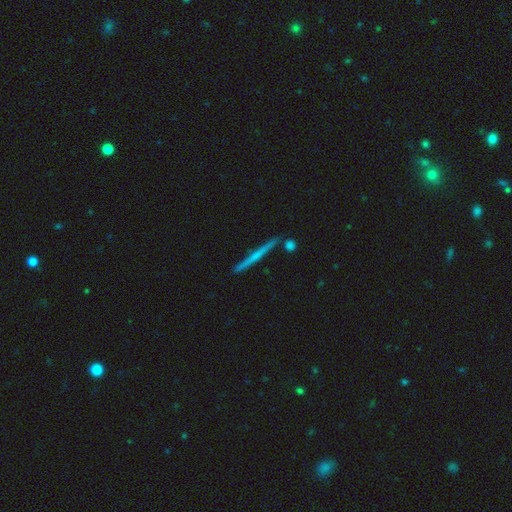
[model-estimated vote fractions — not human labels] This appears to be a featured or disk galaxy (55%) viewed edge-on (97%) with no central bulge (73%). Merging: none (86%).